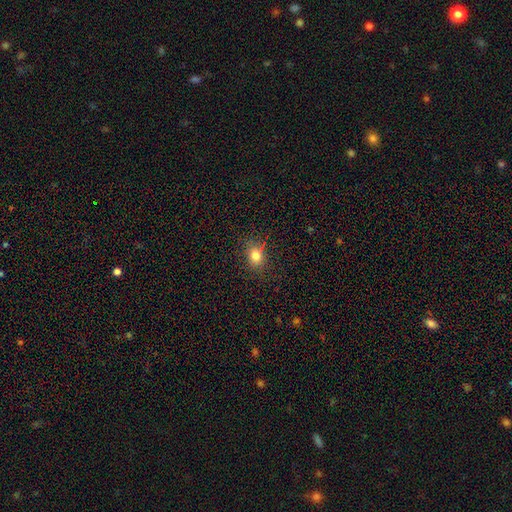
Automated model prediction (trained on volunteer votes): A smooth galaxy with no disk features (80%) that is round (56%).

Vote fractions:
- Smooth or featured? smooth: 80% / star or artifact: 13% / featured or disk: 7%
- How rounded? round: 56% / in between: 43% / cigar-shaped: 1%
- Merging? none: 80% / minor disturbance: 13% / major disturbance: 4% / merger: 2%